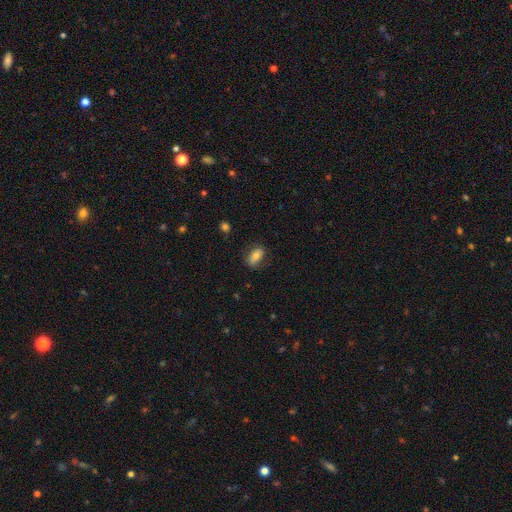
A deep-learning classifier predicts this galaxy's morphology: type=smooth (73%); roundness=in between (88%); merging=none (79%).